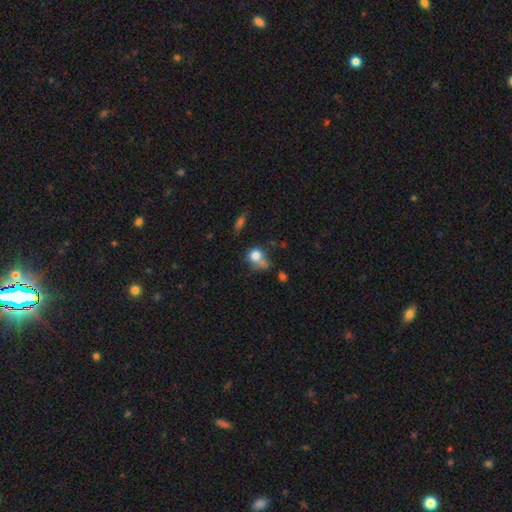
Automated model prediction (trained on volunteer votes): The model was most divided on "merging": none: 34%, minor disturbance: 24%, major disturbance: 21%, merger: 20%. More confident: smooth or featured — smooth (75%); how rounded — round (64%).